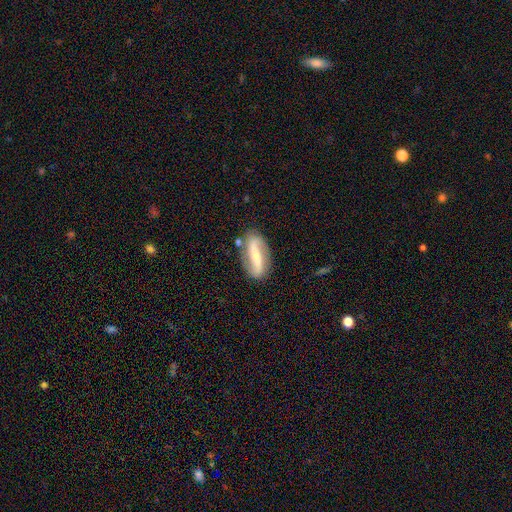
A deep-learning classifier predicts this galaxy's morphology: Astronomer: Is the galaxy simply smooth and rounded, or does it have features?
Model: featured or disk — 76%.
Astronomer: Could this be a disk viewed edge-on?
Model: no — 89%.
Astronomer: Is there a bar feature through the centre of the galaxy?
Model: strong — 55%.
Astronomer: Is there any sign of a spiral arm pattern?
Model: yes — 89%.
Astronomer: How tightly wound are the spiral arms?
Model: loose — 65%.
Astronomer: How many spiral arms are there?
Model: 2 — 91%.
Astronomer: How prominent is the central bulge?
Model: small — 54% (runner-up: moderate, 37%).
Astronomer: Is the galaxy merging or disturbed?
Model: none — 82%.